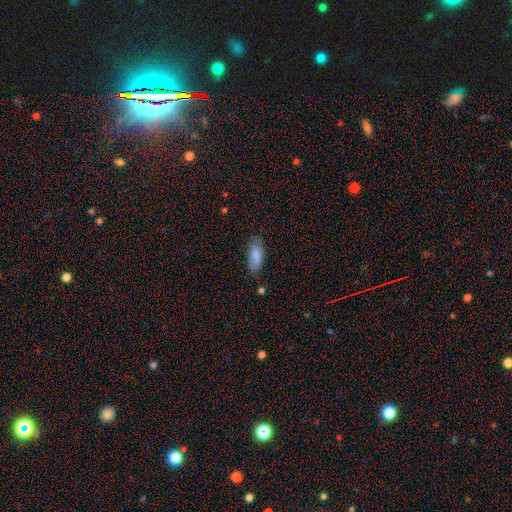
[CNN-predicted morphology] type=smooth (84%); roundness=in between (76%); merging=none (76%).